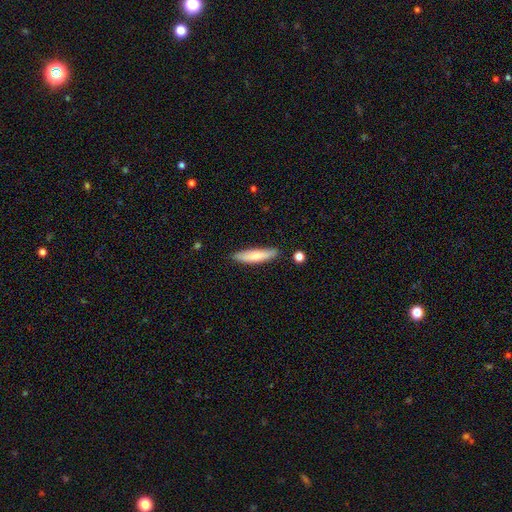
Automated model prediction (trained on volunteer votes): Smooth or featured: smooth — 73% (featured or disk — 22%)
How rounded: cigar-shaped — 79% (in between — 20%)
Merging: none — 83% (minor disturbance — 13%)